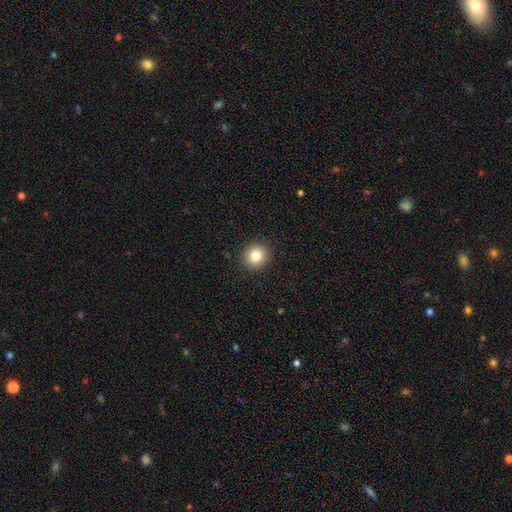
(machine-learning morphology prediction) Smooth or featured?
  - smooth: 83% *
  - star or artifact: 11%
  - featured or disk: 7%
How rounded?
  - round: 89% *
  - in between: 10%
  - cigar-shaped: 1%
Merging?
  - none: 92% *
  - minor disturbance: 5%
  - major disturbance: 2%
  - merger: 1%